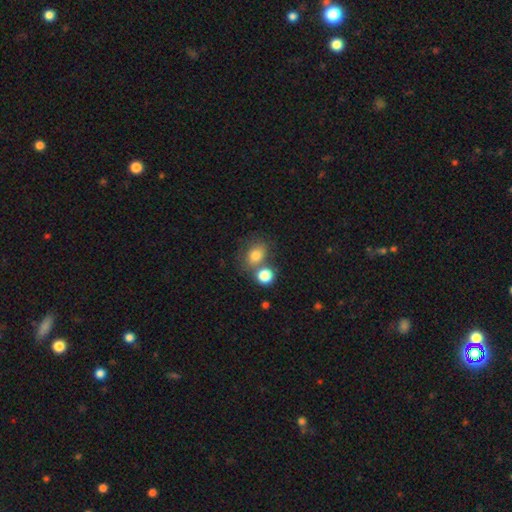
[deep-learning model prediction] smooth-or-featured: smooth: 78% | star or artifact: 12% | featured or disk: 10%
  how-rounded: round: 53% | in between: 46% | cigar-shaped: 1%
  merging: none: 53% | merger: 28% | minor disturbance: 13% | major disturbance: 6%